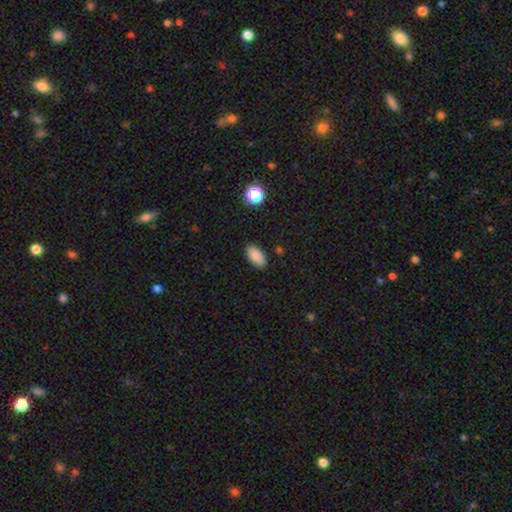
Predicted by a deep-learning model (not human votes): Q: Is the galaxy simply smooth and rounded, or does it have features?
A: smooth — 86%.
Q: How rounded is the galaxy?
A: in between — 93%.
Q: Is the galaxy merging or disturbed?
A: none — 86%.